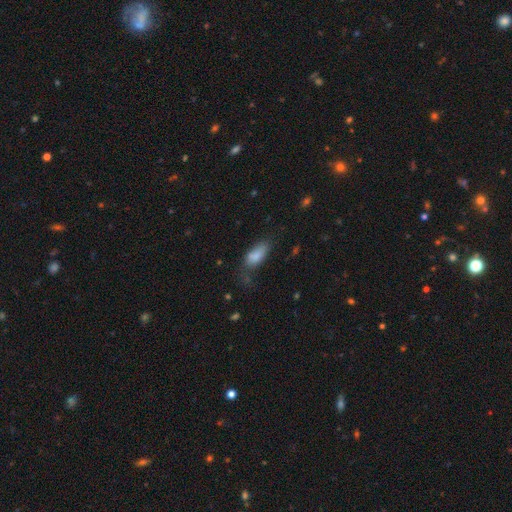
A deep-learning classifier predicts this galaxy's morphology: The model was most divided on "merging": none: 44%, minor disturbance: 33%, major disturbance: 18%, merger: 4%. More confident: how rounded — in between (83%); smooth or featured — smooth (82%).